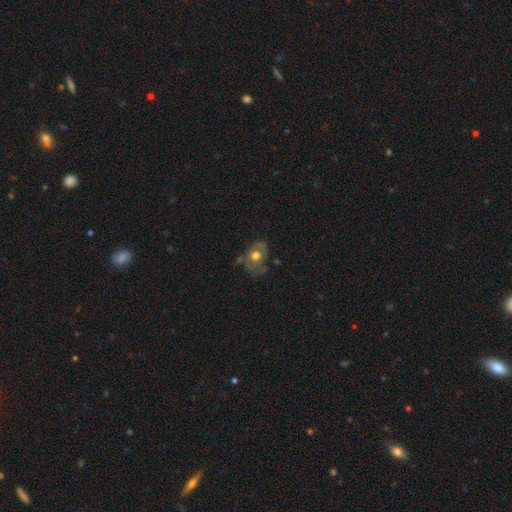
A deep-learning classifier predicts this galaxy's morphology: Smooth or featured? featured or disk (46%)
Merging? none (50%)